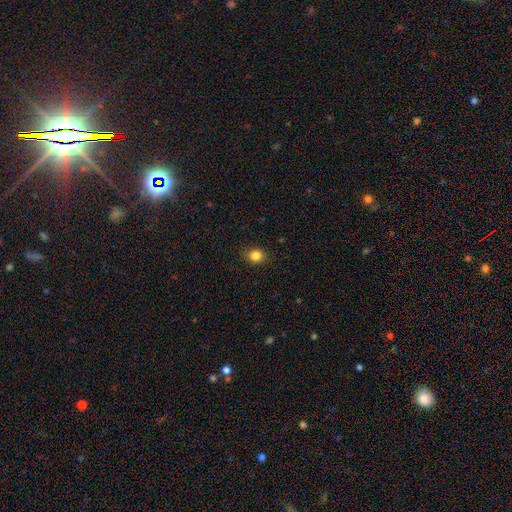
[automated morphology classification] Smooth or featured?
  - smooth: 84% *
  - star or artifact: 11%
  - featured or disk: 5%
How rounded?
  - round: 76% *
  - in between: 23%
  - cigar-shaped: 1%
Merging?
  - none: 89% *
  - minor disturbance: 8%
  - major disturbance: 2%
  - merger: 1%